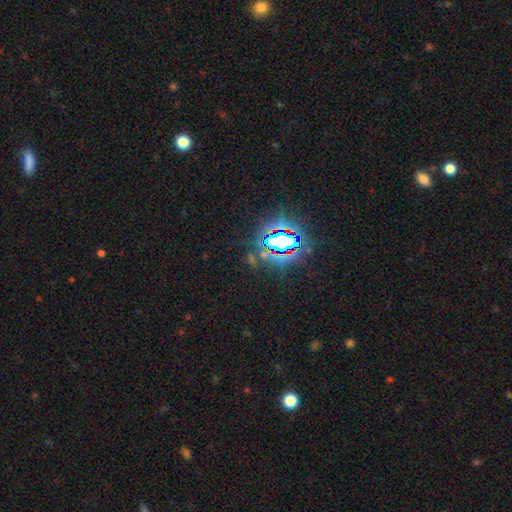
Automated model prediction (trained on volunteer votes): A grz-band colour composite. It shows a star or artifact, not a galaxy (81%).